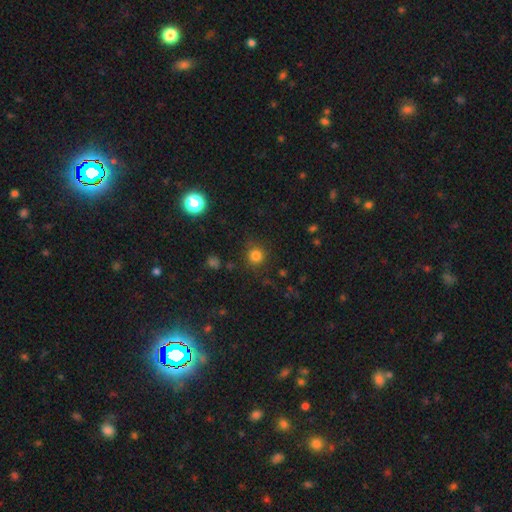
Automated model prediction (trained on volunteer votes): A smooth galaxy with no disk features (80%) that is round (93%).

Vote fractions:
- Smooth or featured? smooth: 80% / star or artifact: 15% / featured or disk: 5%
- How rounded? round: 93% / in between: 6% / cigar-shaped: 1%
- Merging? none: 86% / minor disturbance: 9% / major disturbance: 4% / merger: 2%